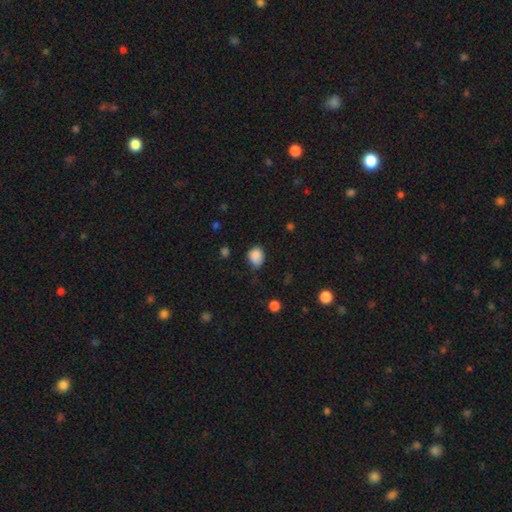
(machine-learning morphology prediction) Q: Smooth or featured?
A: smooth (86%); runner-up: star or artifact (9%)
Q: How rounded?
A: round (52%); runner-up: in between (47%)
Q: Merging?
A: none (56%); runner-up: minor disturbance (34%)